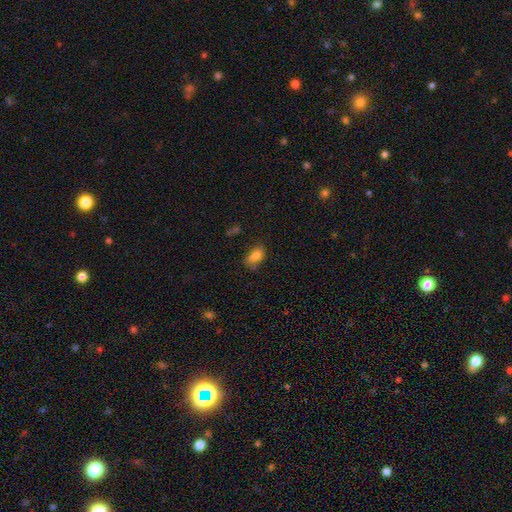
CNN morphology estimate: Smooth or featured: smooth — 80% (star or artifact — 10%)
How rounded: in between — 86% (round — 10%)
Merging: none — 57% (minor disturbance — 28%)